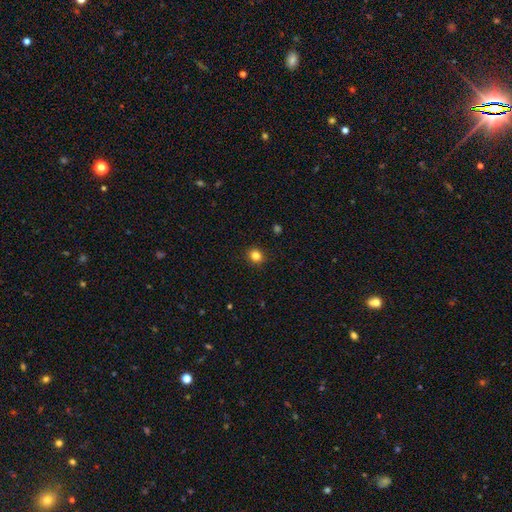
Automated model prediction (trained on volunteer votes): smooth 83%, star or artifact 12%, featured or disk 5%. Down the decision tree: how rounded — round (80%); merging — none (91%).